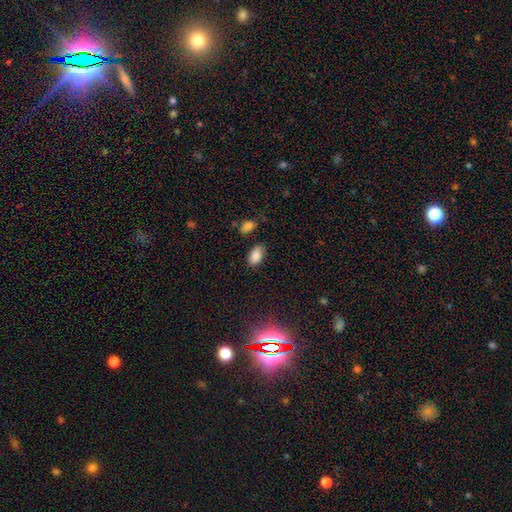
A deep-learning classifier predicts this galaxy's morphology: Q: Smooth or featured?
A: smooth (85%); runner-up: star or artifact (9%)
Q: How rounded?
A: in between (94%); runner-up: round (4%)
Q: Merging?
A: none (78%); runner-up: minor disturbance (15%)